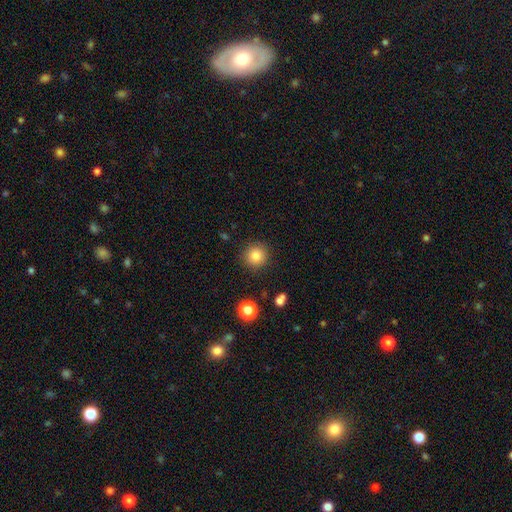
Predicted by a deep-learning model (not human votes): A smooth galaxy with no disk features (84%) that is round (93%).

Vote fractions:
- Smooth or featured? smooth: 84% / star or artifact: 11% / featured or disk: 5%
- How rounded? round: 93% / in between: 6% / cigar-shaped: 1%
- Merging? none: 89% / minor disturbance: 7% / major disturbance: 2% / merger: 2%